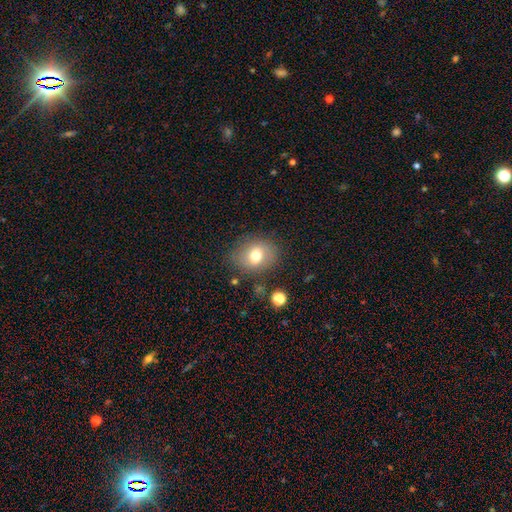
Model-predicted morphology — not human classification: Smooth or featured?
  - smooth: 70% *
  - featured or disk: 20%
  - star or artifact: 11%
How rounded?
  - round: 53% *
  - in between: 46%
  - cigar-shaped: 1%
Merging?
  - none: 78% *
  - minor disturbance: 14%
  - major disturbance: 5%
  - merger: 3%